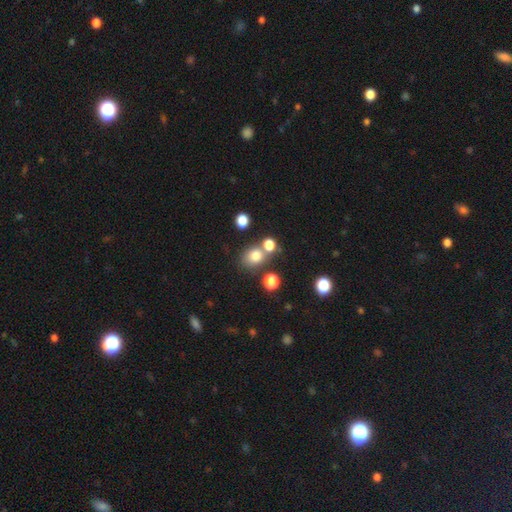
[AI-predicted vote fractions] Smooth or featured?
  - smooth: 78% *
  - star or artifact: 14%
  - featured or disk: 8%
How rounded?
  - round: 66% *
  - in between: 33%
  - cigar-shaped: 1%
Merging?
  - none: 58% *
  - merger: 26%
  - minor disturbance: 11%
  - major disturbance: 5%